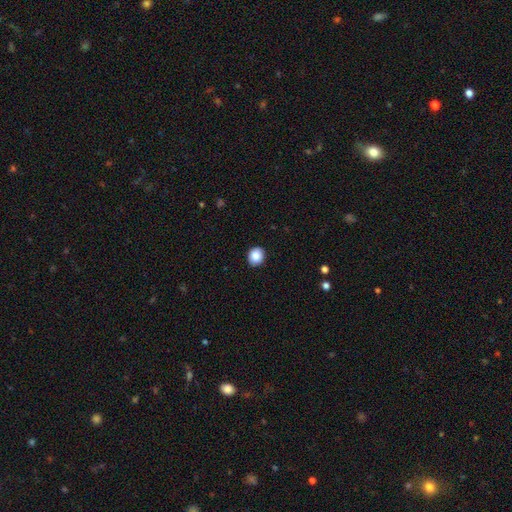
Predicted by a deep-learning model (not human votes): smooth-or-featured: smooth: 87% | star or artifact: 9% | featured or disk: 4%
  how-rounded: round: 80% | in between: 19% | cigar-shaped: 1%
  merging: none: 91% | minor disturbance: 7% | major disturbance: 2% | merger: 1%